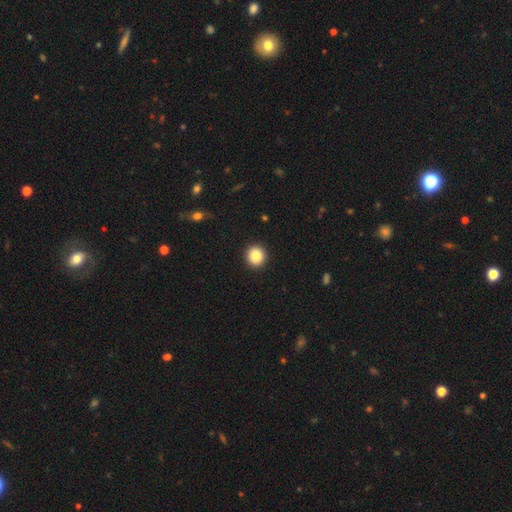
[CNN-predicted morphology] Smooth or featured? Predicted: smooth (p=0.88). How rounded? Predicted: round (p=0.91). Merging? Predicted: none (p=0.92).